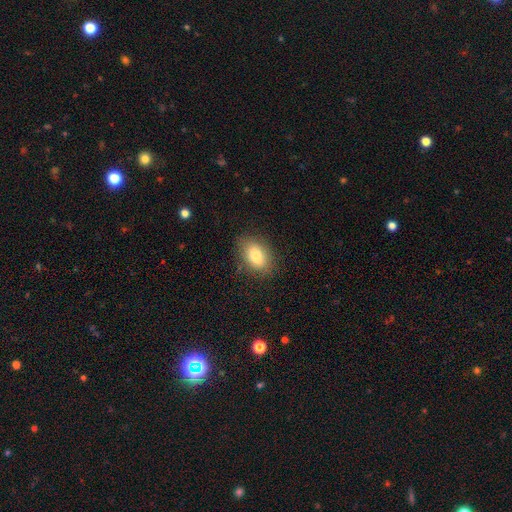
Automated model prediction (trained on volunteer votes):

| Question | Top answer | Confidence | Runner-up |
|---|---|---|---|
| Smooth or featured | smooth | 80% | featured or disk (11%) |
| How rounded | in between | 84% | round (14%) |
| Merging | none | 84% | minor disturbance (12%) |